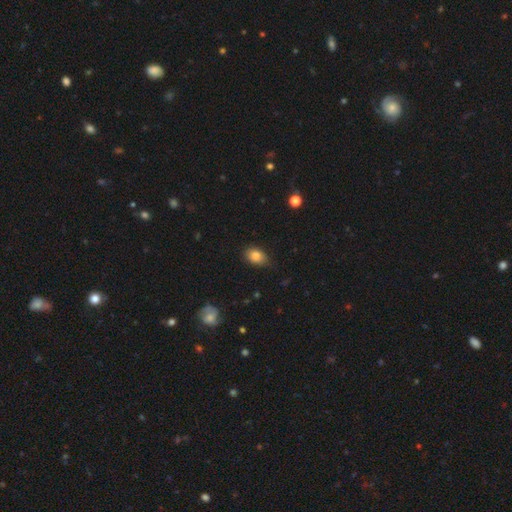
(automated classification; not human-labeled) smooth-or-featured: smooth: 83% | star or artifact: 10% | featured or disk: 8%
  how-rounded: in between: 74% | round: 25% | cigar-shaped: 1%
  merging: none: 71% | minor disturbance: 24% | major disturbance: 3% | merger: 1%